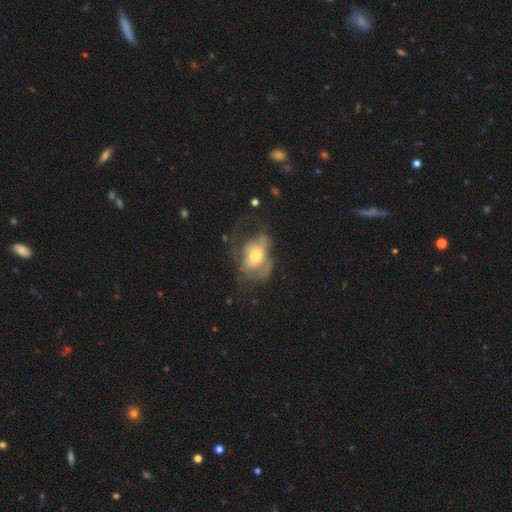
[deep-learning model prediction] Morphology: type=featured or disk (49%); merging=major disturbance (49%).